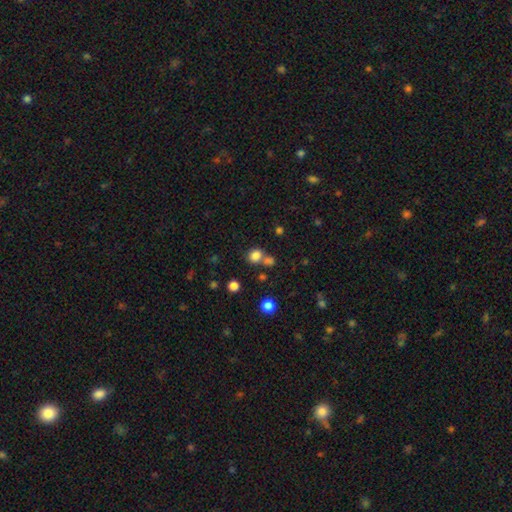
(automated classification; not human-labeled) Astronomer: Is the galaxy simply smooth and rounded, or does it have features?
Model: smooth — 80%.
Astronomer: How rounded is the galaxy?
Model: round — 78%.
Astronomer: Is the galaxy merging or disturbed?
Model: none — 58%.